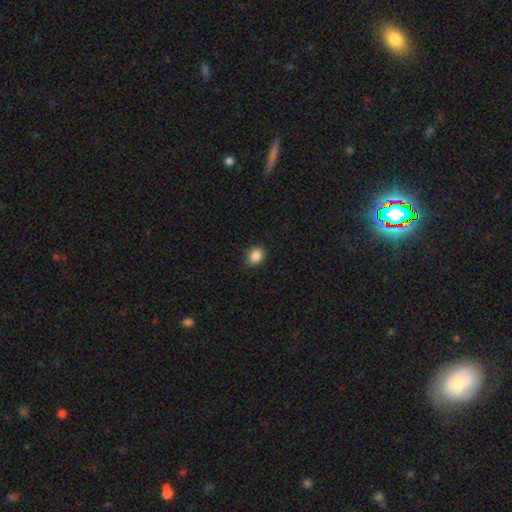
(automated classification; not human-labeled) smooth 86%, star or artifact 10%, featured or disk 4%. Down the decision tree: how rounded — round (60%); merging — none (80%).